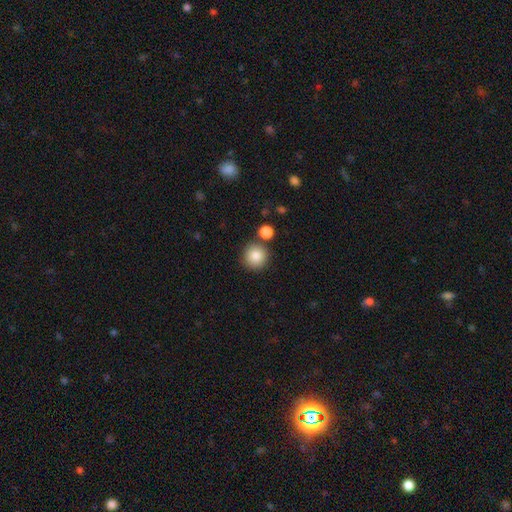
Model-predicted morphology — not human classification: This appears to be a smooth galaxy with no disk features (86%) that is round (93%). Merging: none (79%).